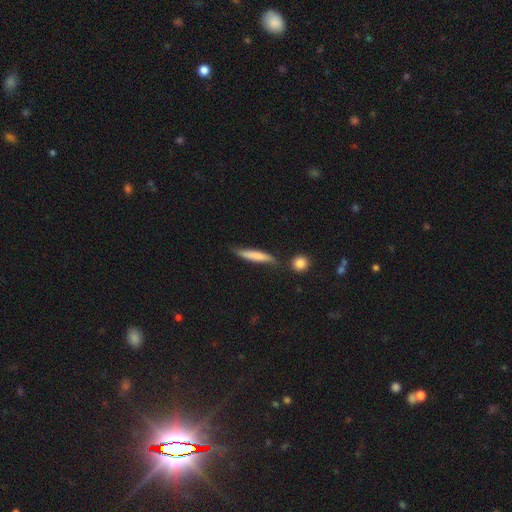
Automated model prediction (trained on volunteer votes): smooth 72%, featured or disk 22%, star or artifact 6%. Down the decision tree: how rounded — cigar-shaped (90%); merging — none (69%).